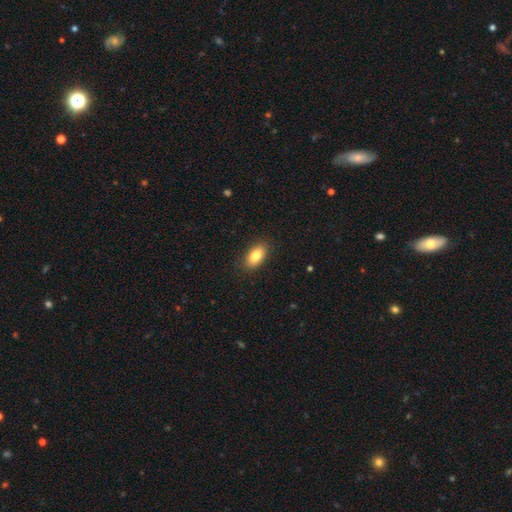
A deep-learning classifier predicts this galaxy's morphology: A smooth galaxy with no disk features (84%) that is in between round and cigar-shaped (91%). Merging: none (88%).